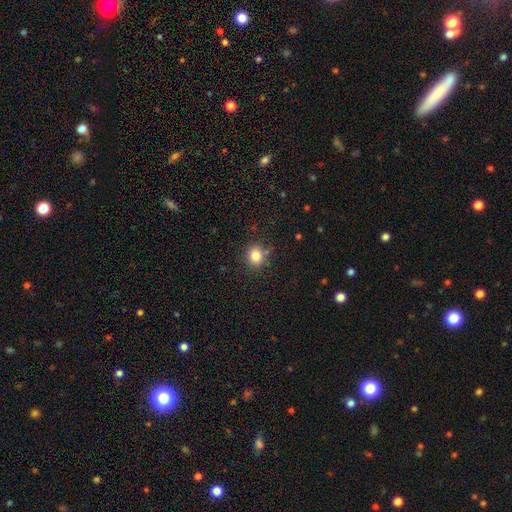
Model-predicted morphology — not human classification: This appears to be a smooth galaxy with no disk features (83%) that is round (79%). Merging: none (82%).